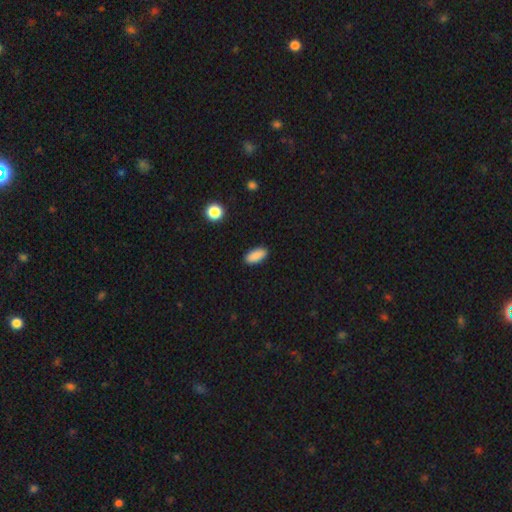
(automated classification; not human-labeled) Smooth or featured? Predicted: smooth (p=0.89). How rounded? Predicted: in between (p=0.86). Merging? Predicted: none (p=0.89).